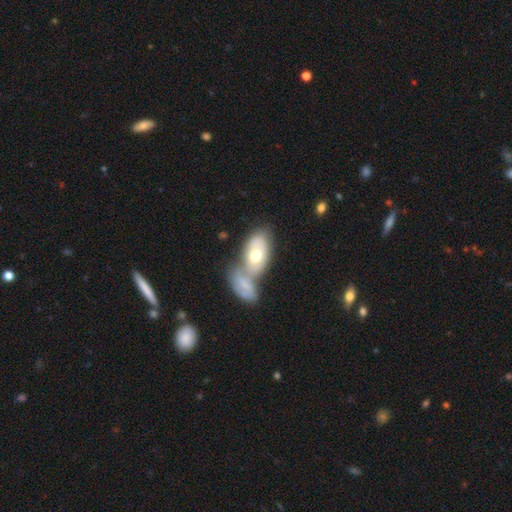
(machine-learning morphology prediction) Q: Smooth or featured?
A: smooth (56%); runner-up: featured or disk (38%)
Q: How rounded?
A: in between (91%); runner-up: round (6%)
Q: Merging?
A: merger (56%); runner-up: none (26%)